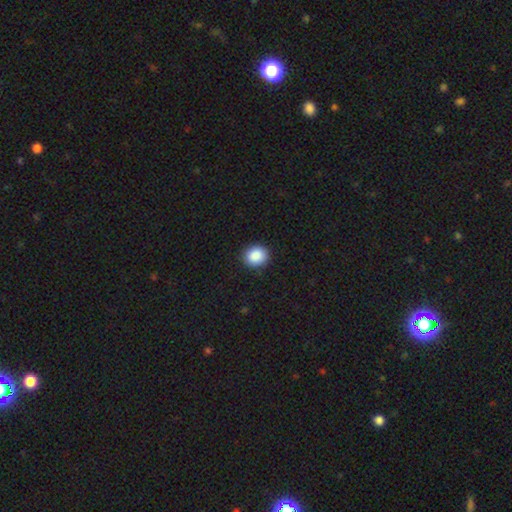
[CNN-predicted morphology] smooth 89%, star or artifact 8%, featured or disk 3%. Down the decision tree: how rounded — round (73%); merging — none (90%).